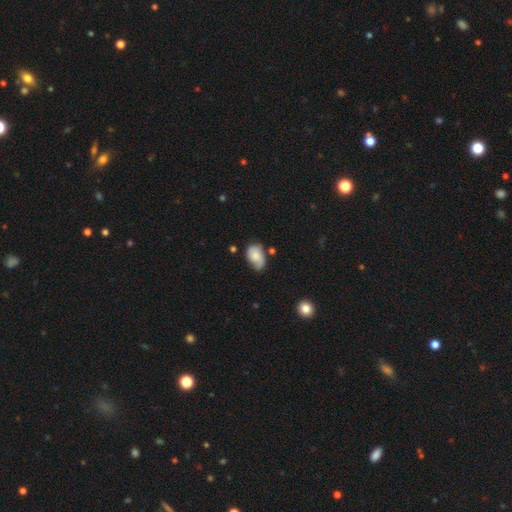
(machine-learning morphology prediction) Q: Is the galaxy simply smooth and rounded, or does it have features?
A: smooth — 67%.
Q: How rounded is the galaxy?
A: in between — 85%.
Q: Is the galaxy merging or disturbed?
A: none — 47%.